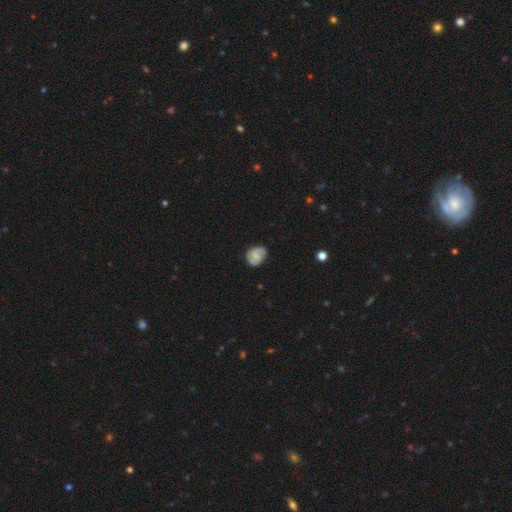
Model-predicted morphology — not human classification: Smooth or featured?
  - featured or disk: 52% *
  - smooth: 40%
  - star or artifact: 7%
Edge-on disk?
  - no: 97% *
  - yes: 3%
Bar?
  - no: 52% *
  - weak: 40%
  - strong: 8%
Spiral arms?
  - yes: 84% *
  - no: 16%
Bulge size?
  - small: 50% *
  - moderate: 33%
  - none: 14%
  - large: 2%
  - dominant: 1%
Merging?
  - none: 72% *
  - minor disturbance: 22%
  - major disturbance: 5%
  - merger: 1%